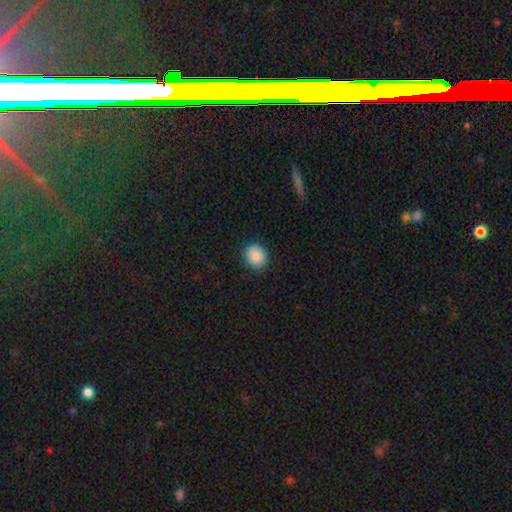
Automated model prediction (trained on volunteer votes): smooth-or-featured: smooth: 89% | star or artifact: 8% | featured or disk: 3%
  how-rounded: round: 74% | in between: 25% | cigar-shaped: 1%
  merging: none: 86% | minor disturbance: 11% | major disturbance: 3% | merger: 1%